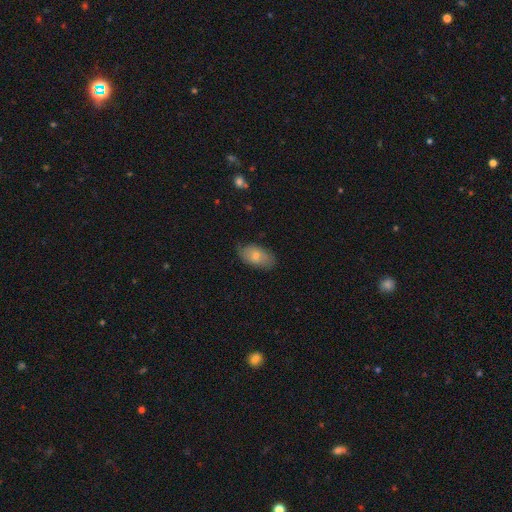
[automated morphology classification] Q: Smooth or featured?
A: smooth (70%); runner-up: featured or disk (23%)
Q: How rounded?
A: in between (93%); runner-up: round (4%)
Q: Merging?
A: none (73%); runner-up: minor disturbance (21%)